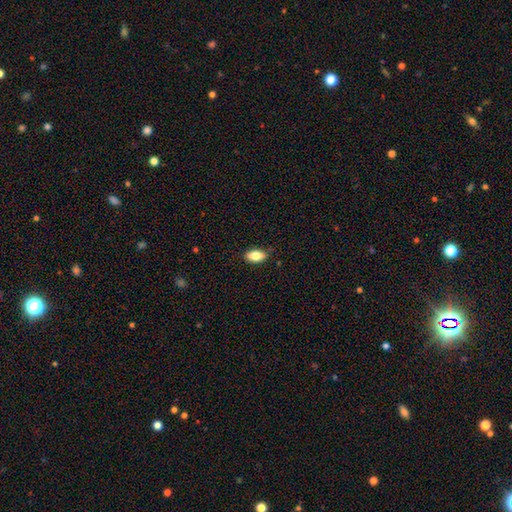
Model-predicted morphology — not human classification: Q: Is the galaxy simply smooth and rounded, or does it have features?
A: smooth — 80%.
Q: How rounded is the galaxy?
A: in between — 89%.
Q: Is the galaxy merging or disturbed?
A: none — 86%.